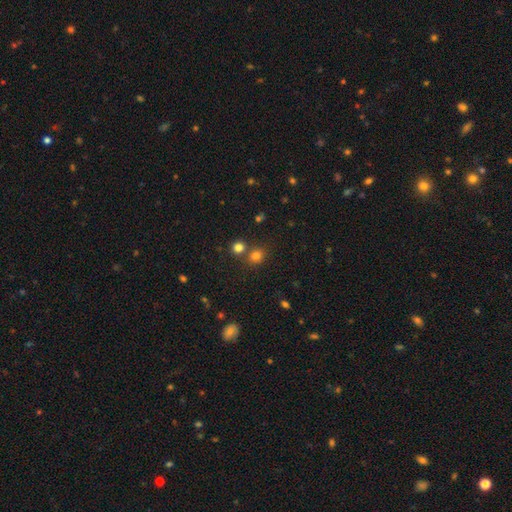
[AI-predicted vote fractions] A smooth galaxy with no disk features (76%) that is round (75%).

Vote fractions:
- Smooth or featured? smooth: 76% / star or artifact: 19% / featured or disk: 6%
- How rounded? round: 75% / in between: 24% / cigar-shaped: 1%
- Merging? none: 69% / merger: 19% / minor disturbance: 9% / major disturbance: 3%